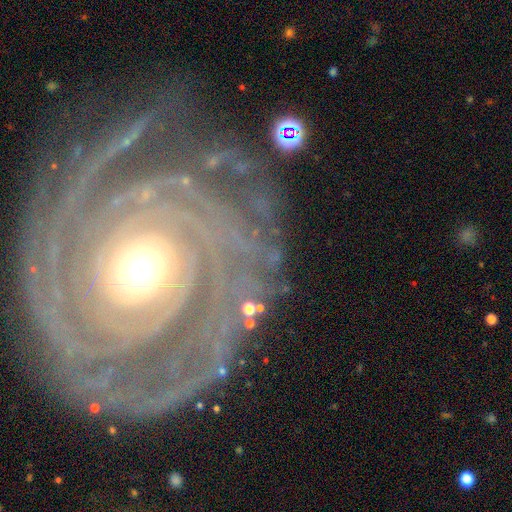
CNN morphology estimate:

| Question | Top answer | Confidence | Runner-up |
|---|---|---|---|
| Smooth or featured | featured or disk | 91% | star or artifact (5%) |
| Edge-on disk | no | 97% | yes (3%) |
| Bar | no | 75% | weak (15%) |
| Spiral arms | yes | 98% | no (2%) |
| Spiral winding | tight | 85% | medium (12%) |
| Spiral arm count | more than 4 | 22% | 3 (18%) |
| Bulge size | moderate | 69% | small (20%) |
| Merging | none | 77% | minor disturbance (15%) |